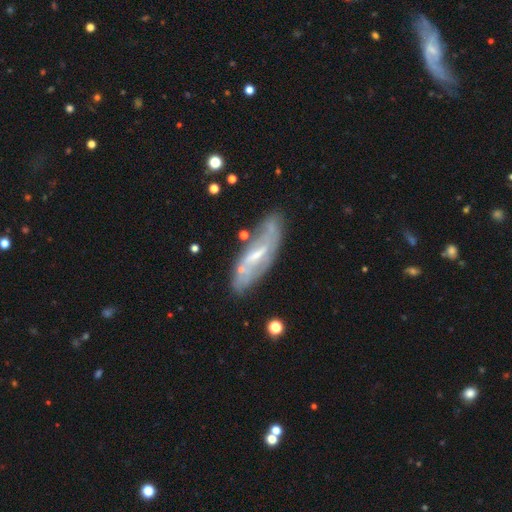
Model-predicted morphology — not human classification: type=featured or disk (69%); edge-on=no (76%); bar=weak (44%); spiral arms=yes (64%); bulge=small (51%); merging=none (64%).